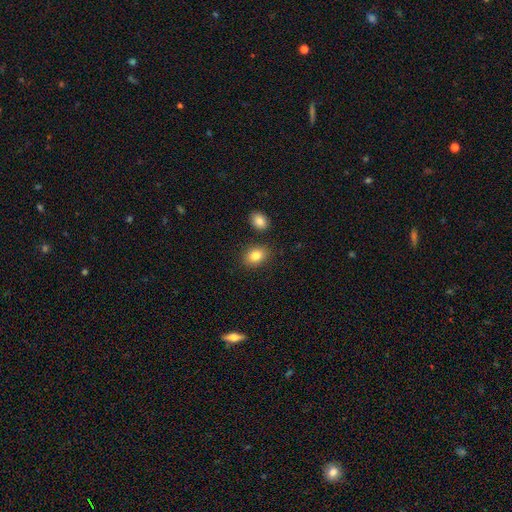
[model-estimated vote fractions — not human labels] This is clearly a smooth galaxy (84%). How rounded: likely in between (73%). Merging: clearly none (83%).